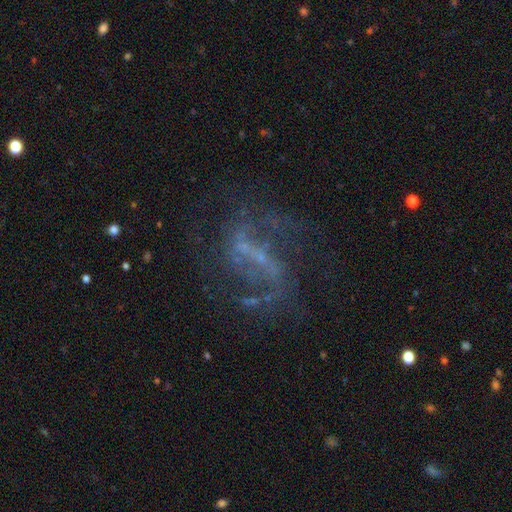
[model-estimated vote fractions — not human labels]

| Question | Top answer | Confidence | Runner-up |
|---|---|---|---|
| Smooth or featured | featured or disk | 78% | star or artifact (14%) |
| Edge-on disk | no | 96% | yes (4%) |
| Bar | weak | 41% | strong (35%) |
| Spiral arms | yes | 81% | no (19%) |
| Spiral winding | loose | 54% | medium (35%) |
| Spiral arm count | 2 | 69% | can't tell (15%) |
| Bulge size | small | 53% | none (36%) |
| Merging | none | 59% | major disturbance (21%) |